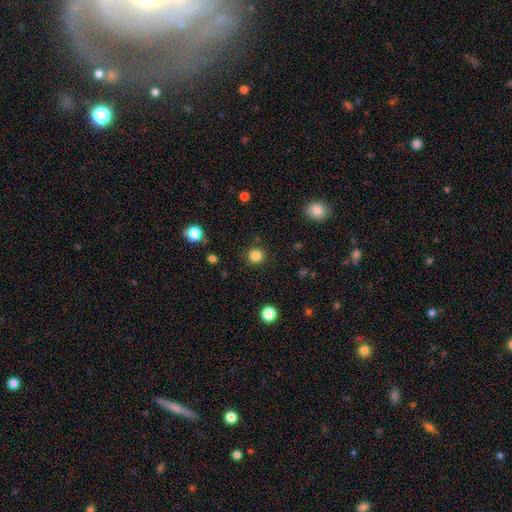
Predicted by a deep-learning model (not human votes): Overall: smooth (84%). How rounded: round (93%). Merging: none (89%).